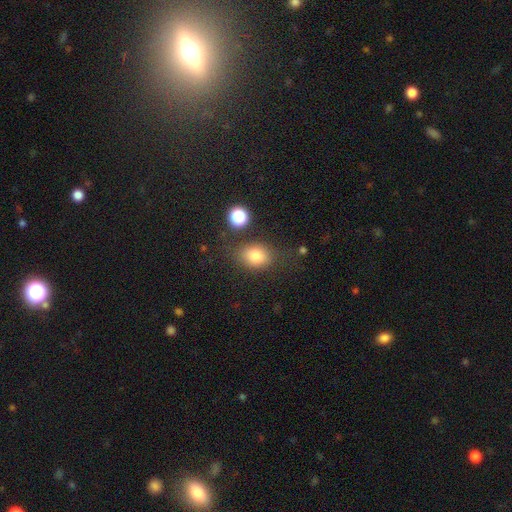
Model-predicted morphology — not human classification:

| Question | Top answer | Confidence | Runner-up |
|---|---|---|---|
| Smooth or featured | smooth | 80% | star or artifact (11%) |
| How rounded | in between | 61% | round (38%) |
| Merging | none | 72% | minor disturbance (16%) |